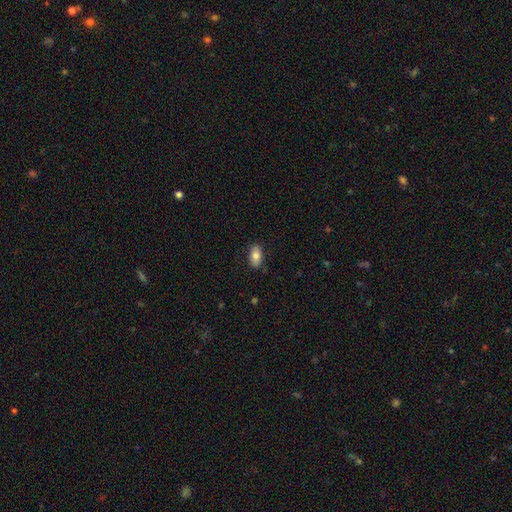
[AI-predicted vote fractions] Smooth or featured? smooth (81%)
How rounded? in between (92%)
Merging? none (87%)